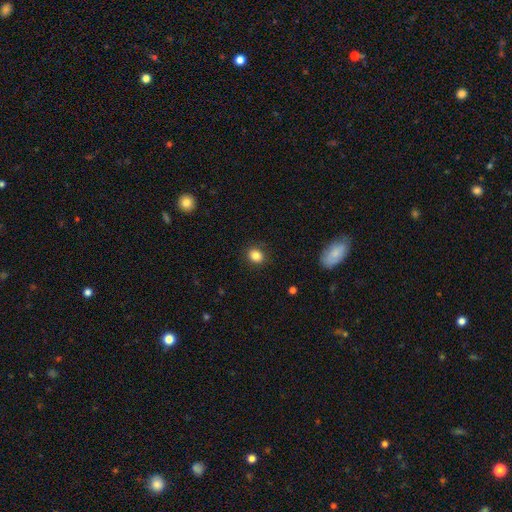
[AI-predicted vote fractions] Smooth or featured? Predicted: smooth (p=0.85). How rounded? Predicted: round (p=0.62). Merging? Predicted: none (p=0.87).